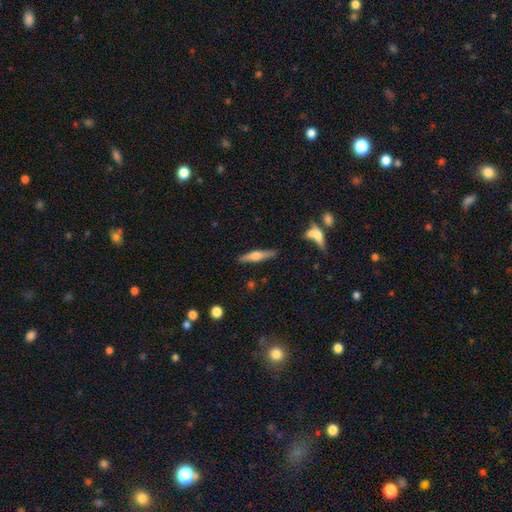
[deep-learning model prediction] Overall: featured or disk (54%; smooth 40%). Edge-on disk: yes (95%). Edge-on bulge: rounded (87%). Merging: none (86%).